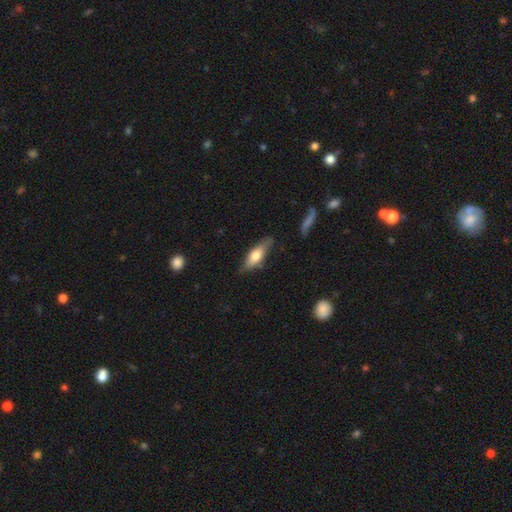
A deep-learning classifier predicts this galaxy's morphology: This is likely a smooth galaxy (63%). How rounded: possibly in between (54%). Merging: likely none (74%).